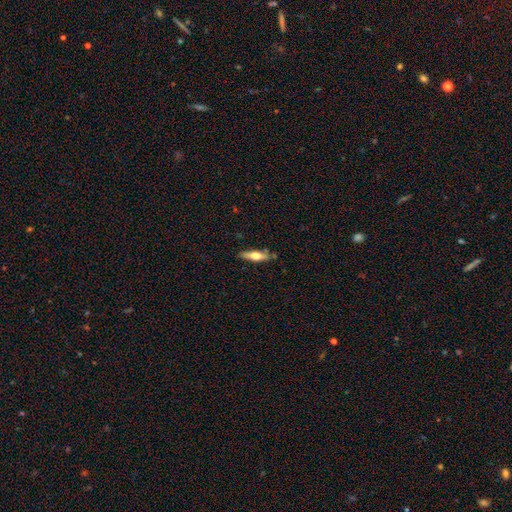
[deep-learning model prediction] A featured or disk galaxy (50%). Merging: none (81%).